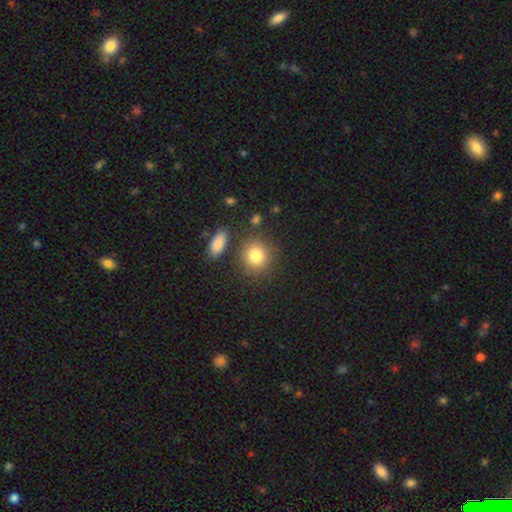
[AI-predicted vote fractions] A smooth galaxy with no disk features (82%) that is round (80%). Merging: none (80%).